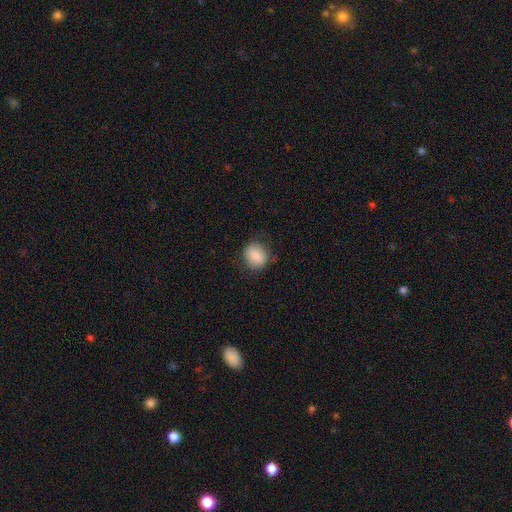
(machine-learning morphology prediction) Smooth or featured? smooth (84%)
How rounded? round (67%)
Merging? none (79%)